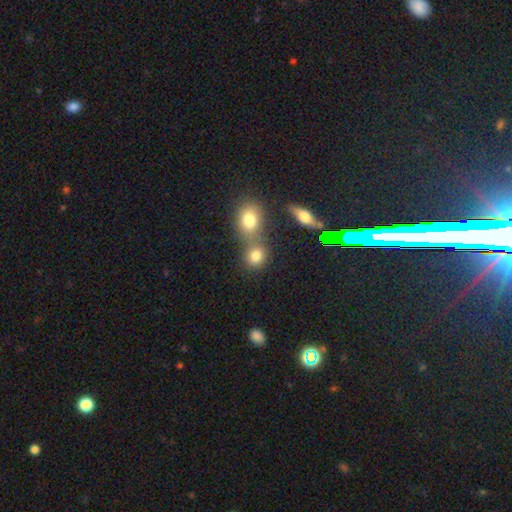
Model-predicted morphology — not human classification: Smooth or featured? smooth (79%)
How rounded? round (77%)
Merging? none (50%)